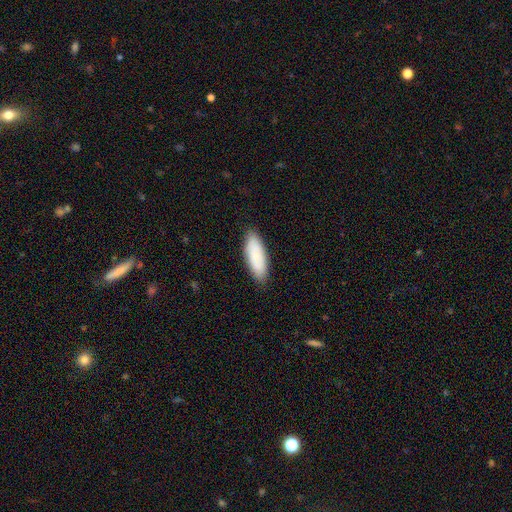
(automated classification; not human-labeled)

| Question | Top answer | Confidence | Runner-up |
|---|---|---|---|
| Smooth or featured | smooth | 86% | featured or disk (8%) |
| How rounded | in between | 63% | cigar-shaped (35%) |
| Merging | none | 87% | minor disturbance (10%) |